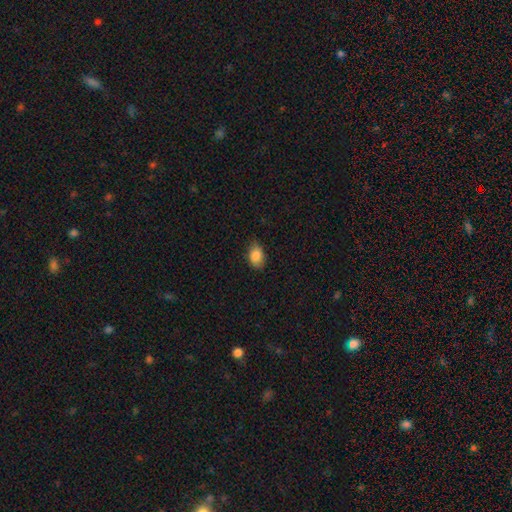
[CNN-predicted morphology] Smooth or featured?
  - smooth: 87% *
  - star or artifact: 8%
  - featured or disk: 6%
How rounded?
  - in between: 84% *
  - round: 14%
  - cigar-shaped: 2%
Merging?
  - none: 78% *
  - minor disturbance: 18%
  - major disturbance: 3%
  - merger: 1%